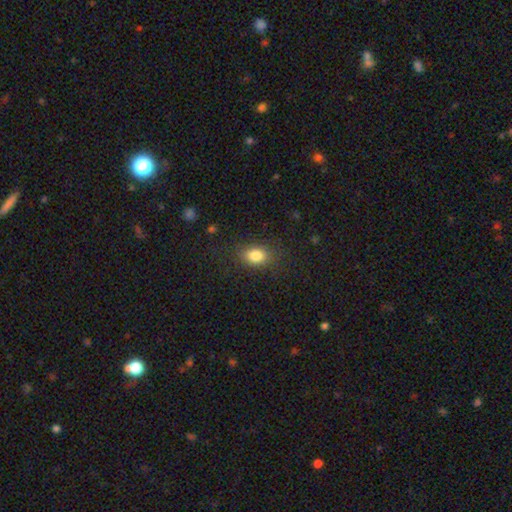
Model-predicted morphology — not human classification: A smooth galaxy with no disk features (82%) that is in between round and cigar-shaped (73%). Merging: none (81%).